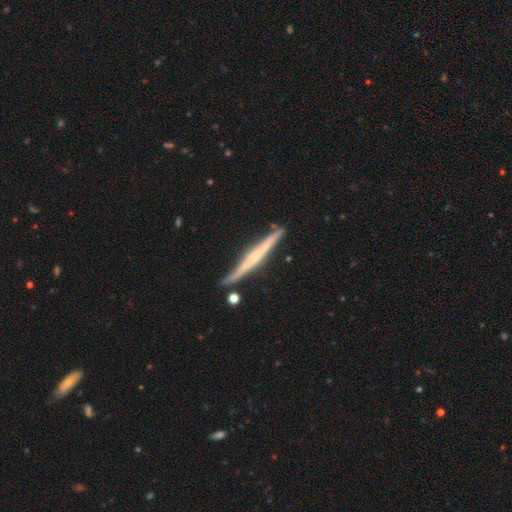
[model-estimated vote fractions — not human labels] A featured or disk galaxy (71%) viewed edge-on (97%) with no central bulge (44%). Merging: none (82%).